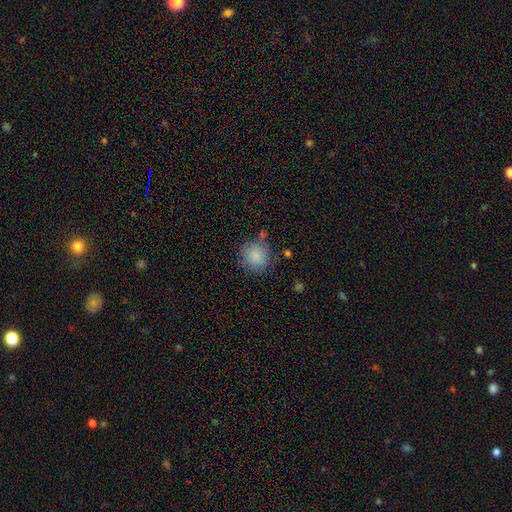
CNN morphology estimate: Smooth or featured? smooth (85%)
How rounded? round (89%)
Merging? none (69%)